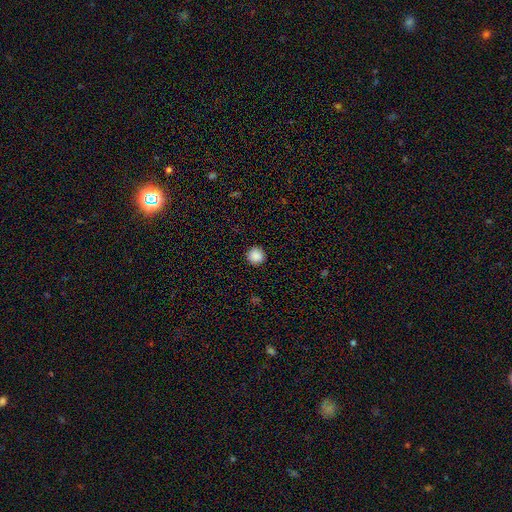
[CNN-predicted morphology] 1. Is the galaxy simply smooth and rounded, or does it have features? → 88% smooth, 9% star or artifact, 3% featured or disk.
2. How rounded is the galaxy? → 95% round, 4% in between, 1% cigar-shaped.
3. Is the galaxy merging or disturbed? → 92% none, 5% minor disturbance, 2% major disturbance, 1% merger.